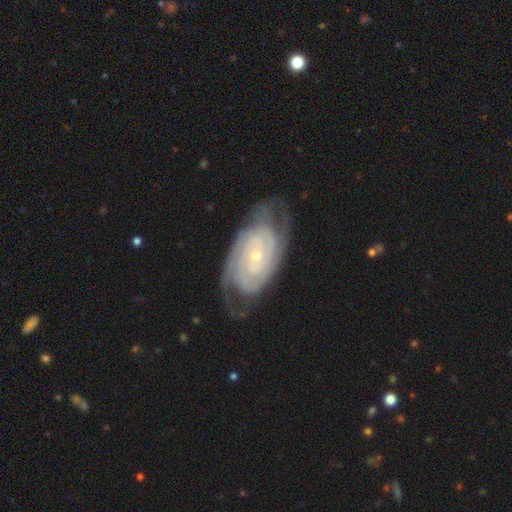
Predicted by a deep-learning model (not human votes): featured or disk 88%, smooth 7%, star or artifact 5%. Down the decision tree: edge-on disk — no (96%); bar — no (68%); spiral arms — yes (97%); spiral arm count — 2 (38%); spiral winding — tight (75%); bulge size — small (76%); merging — none (70%).